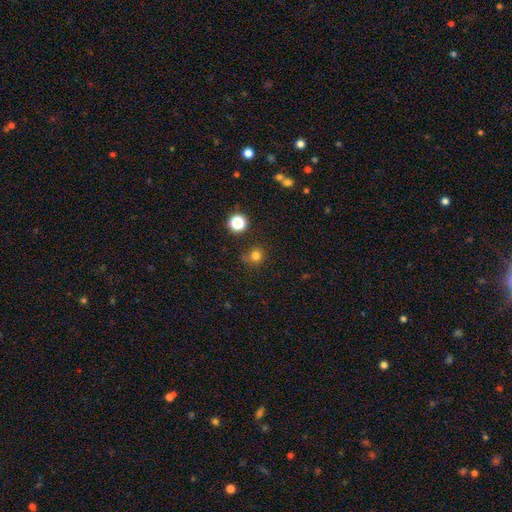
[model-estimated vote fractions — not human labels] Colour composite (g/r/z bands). It shows a smooth galaxy with no disk features (76%) that is round (90%). Merging: none (70%).